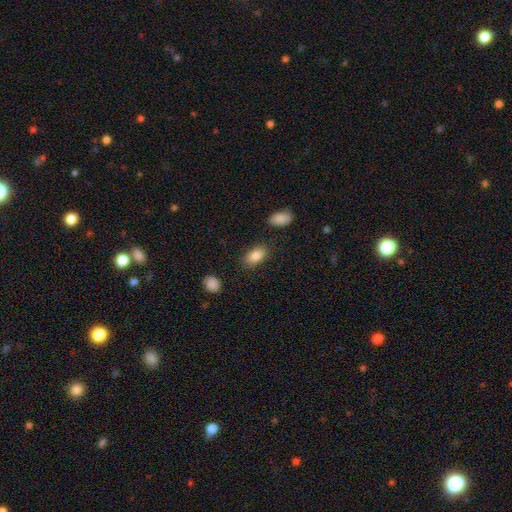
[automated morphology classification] type=smooth (85%); roundness=in between (92%); merging=none (83%).